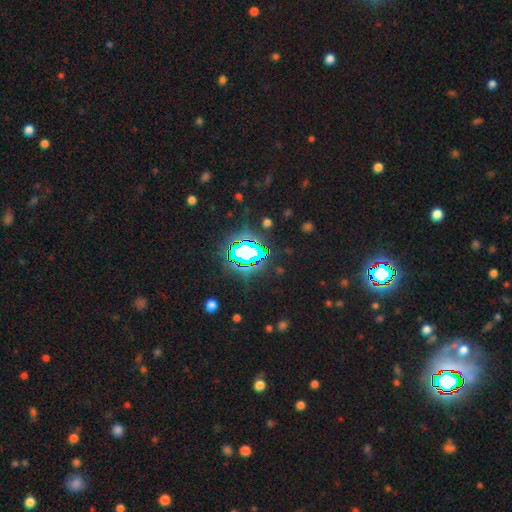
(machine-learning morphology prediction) Q: Smooth or featured?
A: star or artifact (80%); runner-up: smooth (13%)